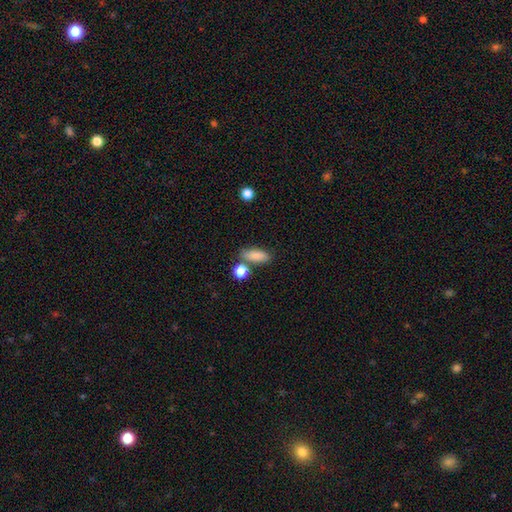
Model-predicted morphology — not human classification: This is clearly a smooth galaxy (84%). How rounded: likely in between (70%). Merging: likely none (69%).